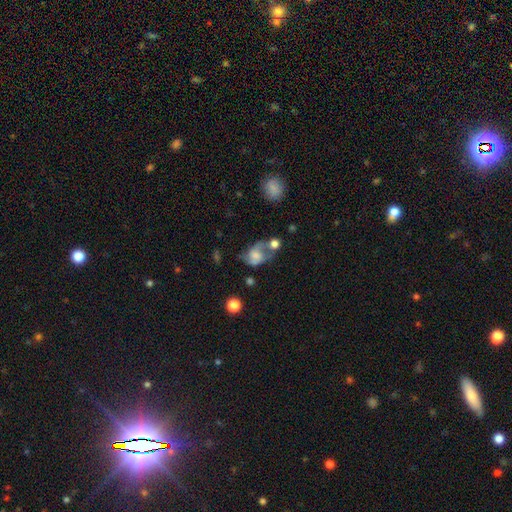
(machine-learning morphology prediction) Smooth or featured?
  - featured or disk: 51% *
  - smooth: 38%
  - star or artifact: 11%
Edge-on disk?
  - no: 96% *
  - yes: 4%
Merging?
  - none: 31% *
  - merger: 27%
  - major disturbance: 22%
  - minor disturbance: 20%